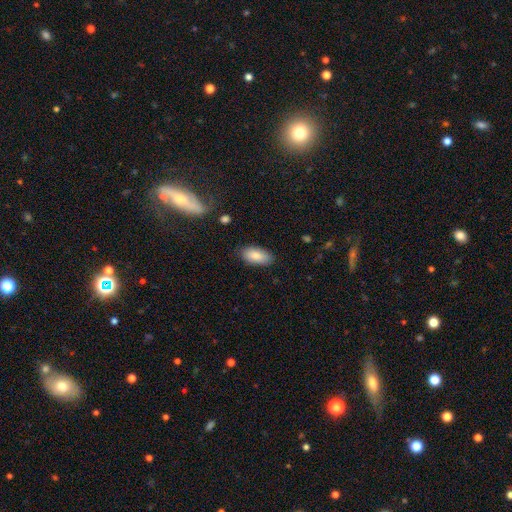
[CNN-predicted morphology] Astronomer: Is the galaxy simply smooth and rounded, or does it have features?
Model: smooth — 85%.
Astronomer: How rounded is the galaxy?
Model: in between — 91%.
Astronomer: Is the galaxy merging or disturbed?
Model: none — 84%.